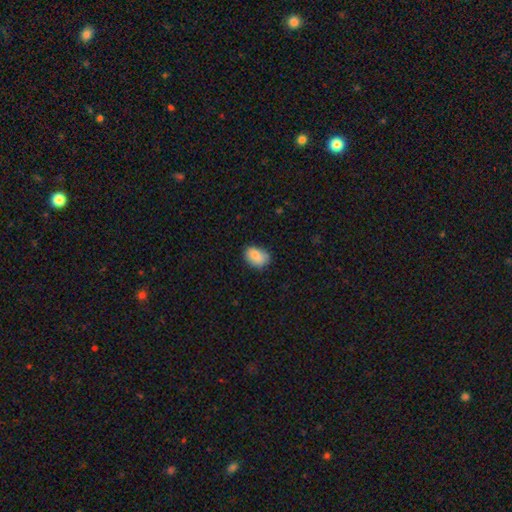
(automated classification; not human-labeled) Smooth or featured? smooth (82%)
How rounded? in between (78%)
Merging? none (64%)